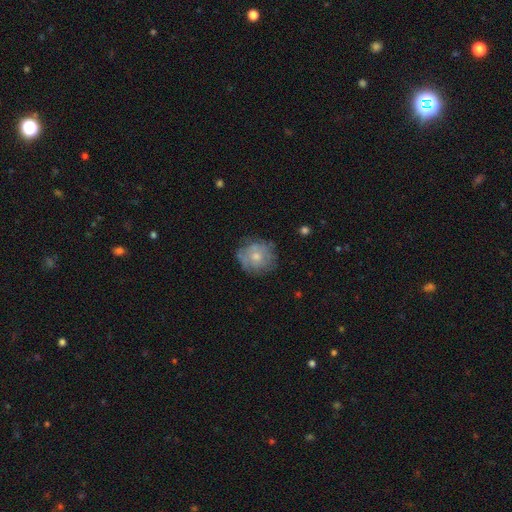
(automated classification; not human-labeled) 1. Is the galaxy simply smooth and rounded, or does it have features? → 49% smooth, 43% featured or disk, 8% star or artifact.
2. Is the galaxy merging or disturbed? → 67% none, 22% minor disturbance, 9% major disturbance, 2% merger.